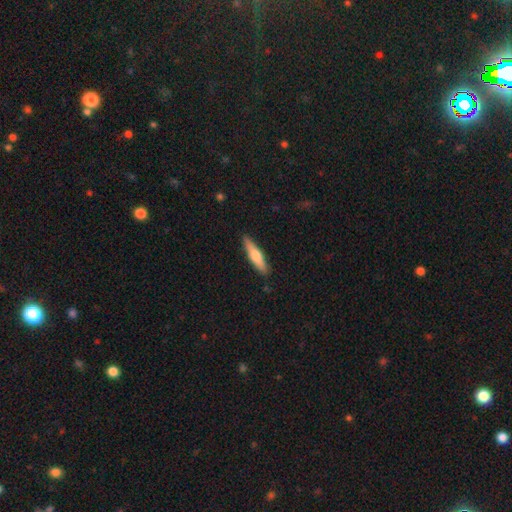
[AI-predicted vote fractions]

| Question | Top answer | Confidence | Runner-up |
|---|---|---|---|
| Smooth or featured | smooth | 59% | featured or disk (35%) |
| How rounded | cigar-shaped | 80% | in between (19%) |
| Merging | none | 88% | minor disturbance (9%) |